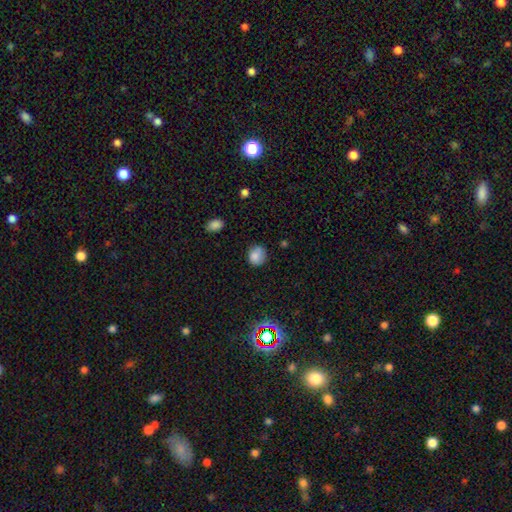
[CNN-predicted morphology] A smooth galaxy with no disk features (83%) that is round (76%).

Vote fractions:
- Smooth or featured? smooth: 83% / star or artifact: 11% / featured or disk: 7%
- How rounded? round: 76% / in between: 23% / cigar-shaped: 1%
- Merging? none: 70% / minor disturbance: 23% / major disturbance: 5% / merger: 3%